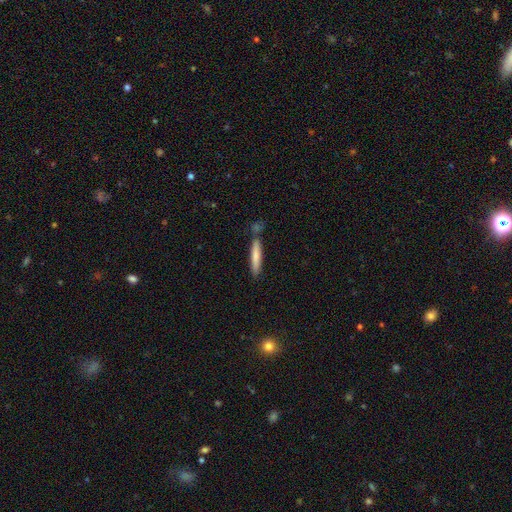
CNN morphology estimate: Q: Smooth or featured?
A: smooth (73%); runner-up: featured or disk (21%)
Q: How rounded?
A: cigar-shaped (92%); runner-up: in between (7%)
Q: Merging?
A: none (77%); runner-up: minor disturbance (12%)